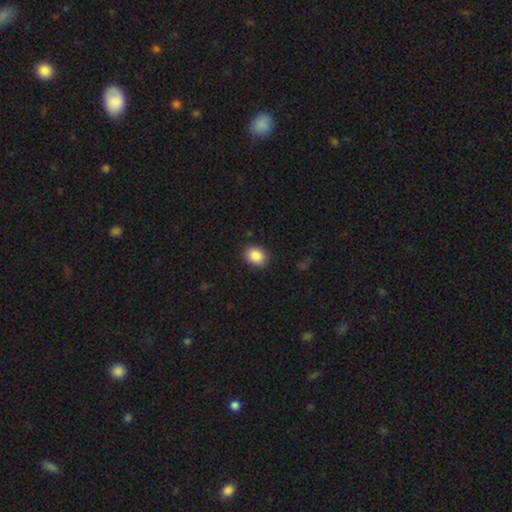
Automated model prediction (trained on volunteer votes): smooth 88%, star or artifact 8%, featured or disk 4%. Down the decision tree: how rounded — round (54%); merging — none (89%).